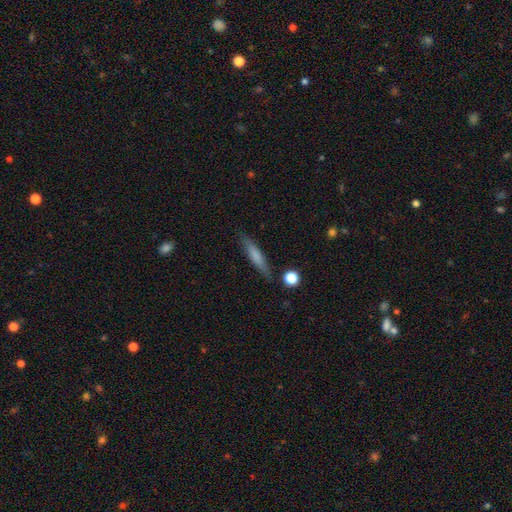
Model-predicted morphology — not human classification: smooth-or-featured: smooth: 66% | featured or disk: 27% | star or artifact: 7%
  how-rounded: cigar-shaped: 86% | in between: 12% | round: 2%
  merging: none: 83% | minor disturbance: 12% | major disturbance: 3% | merger: 3%